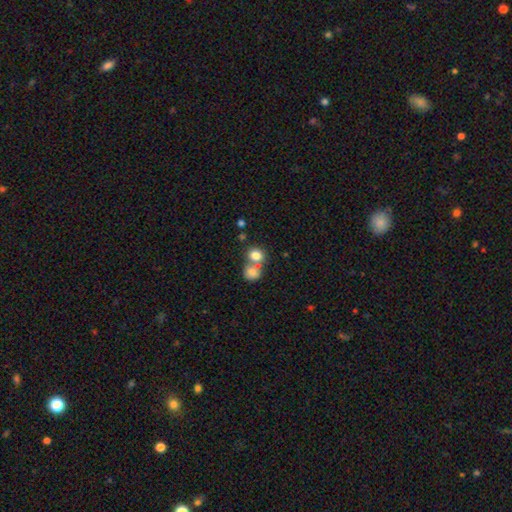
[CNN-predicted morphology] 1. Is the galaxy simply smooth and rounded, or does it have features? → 78% smooth, 11% featured or disk, 11% star or artifact.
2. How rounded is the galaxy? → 71% round, 28% in between, 1% cigar-shaped.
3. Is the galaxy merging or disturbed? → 50% merger, 39% none, 7% minor disturbance, 3% major disturbance.